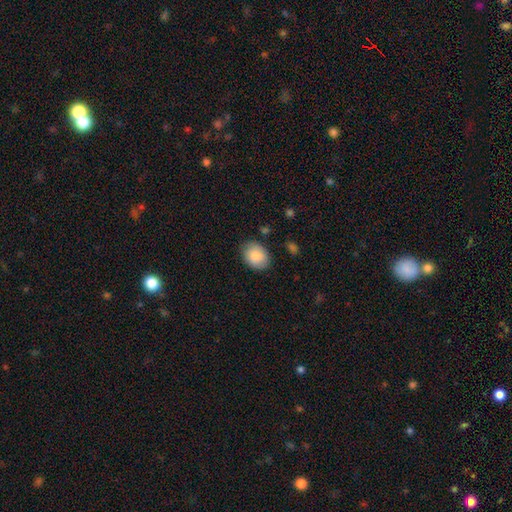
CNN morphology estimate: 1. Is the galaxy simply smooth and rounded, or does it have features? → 87% smooth, 7% featured or disk, 6% star or artifact.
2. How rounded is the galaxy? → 67% in between, 32% round, 1% cigar-shaped.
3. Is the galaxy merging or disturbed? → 82% none, 13% minor disturbance, 3% major disturbance, 2% merger.